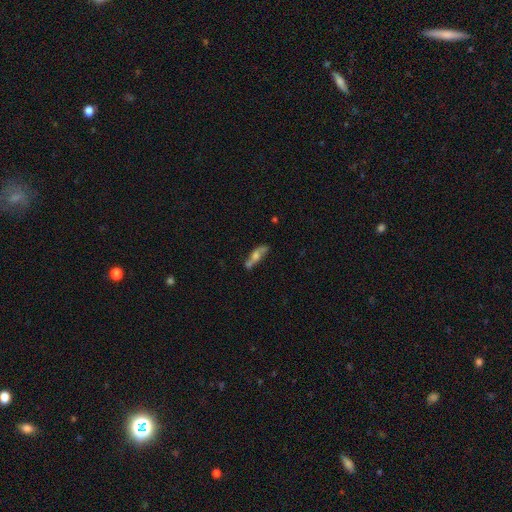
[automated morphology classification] Smooth or featured: featured or disk — 53% (smooth — 39%)
Edge-on disk: no — 57% (yes — 43%)
Merging: none — 54% (minor disturbance — 20%)